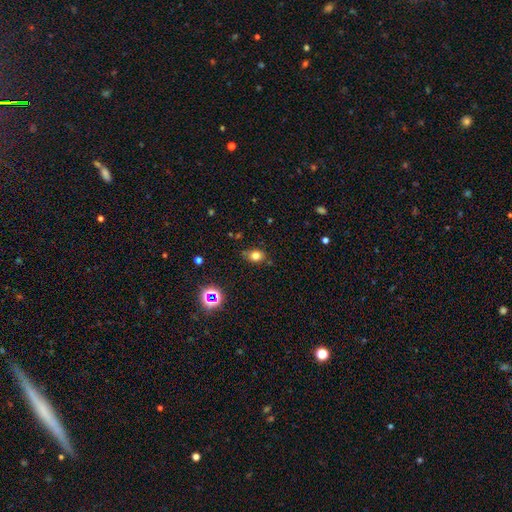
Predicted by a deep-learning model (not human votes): Smooth or featured? smooth (76%)
How rounded? in between (59%)
Merging? none (77%)